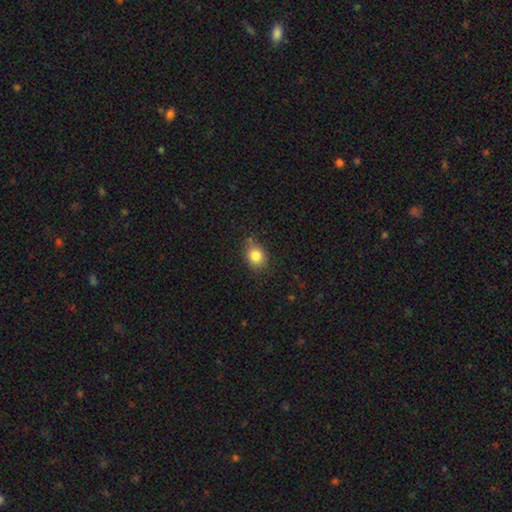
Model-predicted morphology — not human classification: type=smooth (83%); roundness=round (58%); merging=none (74%).